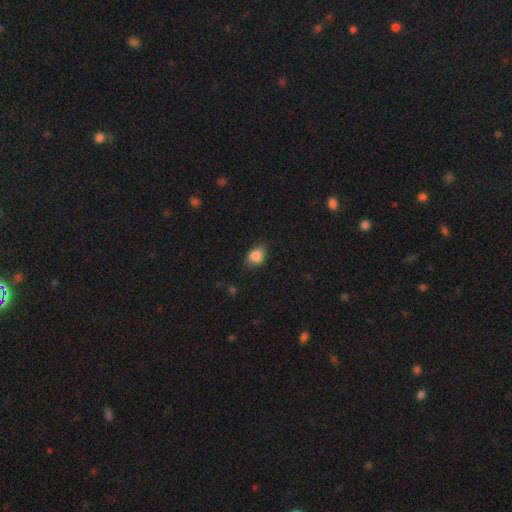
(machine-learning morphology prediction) Overall: smooth (84%). How rounded: in between (71%). Merging: none (61%; minor disturbance 30%).